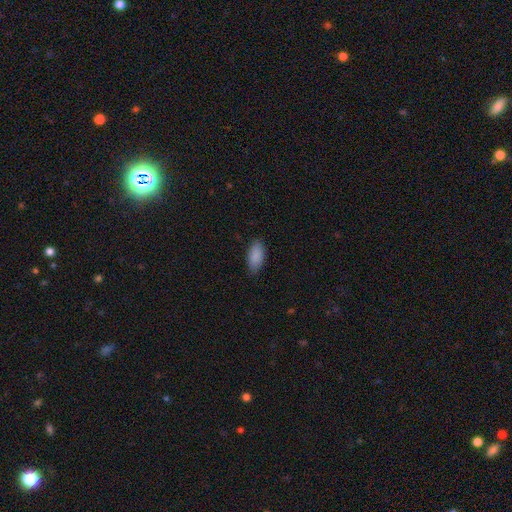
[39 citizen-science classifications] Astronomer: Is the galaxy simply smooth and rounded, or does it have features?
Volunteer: smooth — 87%.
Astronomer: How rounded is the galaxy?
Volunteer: in between — 97%.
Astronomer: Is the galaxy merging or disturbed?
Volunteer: none — 83%.